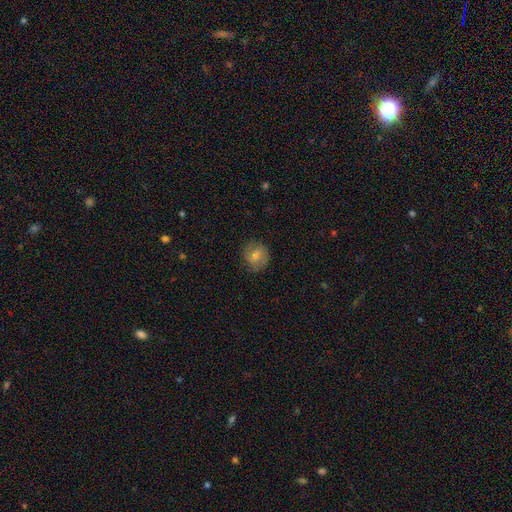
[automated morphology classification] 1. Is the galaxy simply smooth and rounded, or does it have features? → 68% smooth, 24% featured or disk, 9% star or artifact.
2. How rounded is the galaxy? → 75% round, 23% in between, 1% cigar-shaped.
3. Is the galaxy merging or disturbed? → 76% none, 17% minor disturbance, 5% major disturbance, 1% merger.